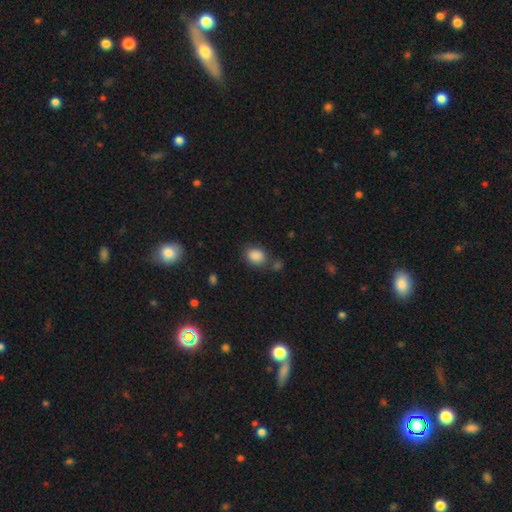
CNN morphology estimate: Smooth or featured: smooth — 87% (star or artifact — 9%)
How rounded: in between — 70% (round — 29%)
Merging: none — 68% (minor disturbance — 16%)